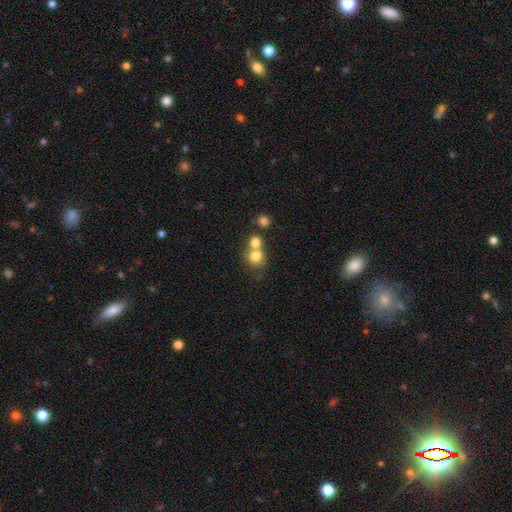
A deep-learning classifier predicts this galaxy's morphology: Smooth or featured?
  - smooth: 76% *
  - featured or disk: 12%
  - star or artifact: 12%
How rounded?
  - round: 80% *
  - in between: 19%
  - cigar-shaped: 1%
Merging?
  - merger: 51% *
  - none: 39%
  - minor disturbance: 7%
  - major disturbance: 3%